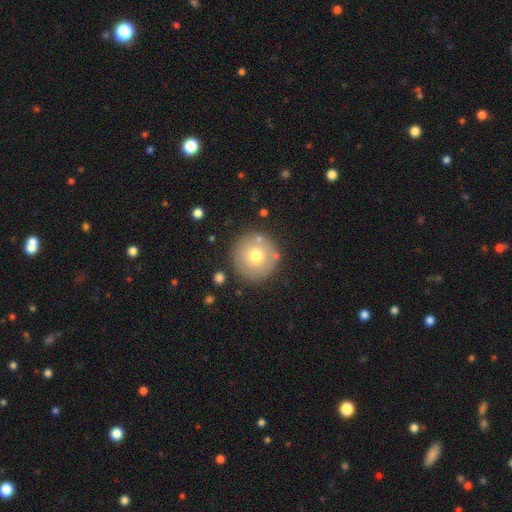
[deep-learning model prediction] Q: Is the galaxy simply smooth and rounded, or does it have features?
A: smooth — 69%.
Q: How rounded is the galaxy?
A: round — 96%.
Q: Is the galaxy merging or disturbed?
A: none — 85%.